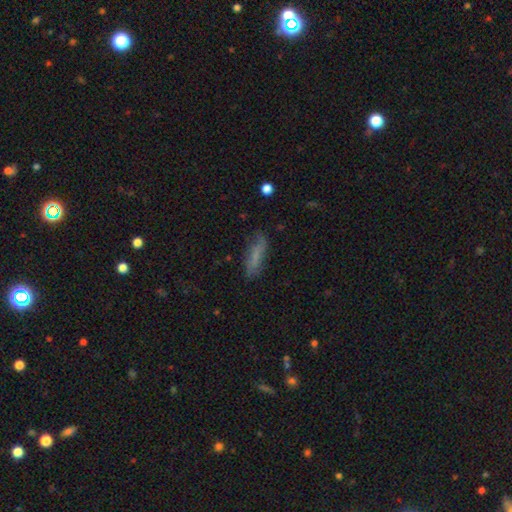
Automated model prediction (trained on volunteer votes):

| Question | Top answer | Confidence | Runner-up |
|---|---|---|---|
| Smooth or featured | smooth | 66% | featured or disk (26%) |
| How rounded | cigar-shaped | 63% | in between (35%) |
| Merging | none | 71% | minor disturbance (21%) |